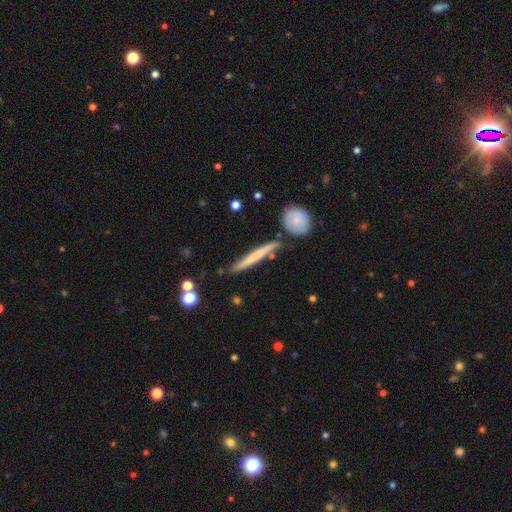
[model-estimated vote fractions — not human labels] A smooth galaxy with no disk features (55%) that is cigar-shaped (95%). Merging: none (78%).